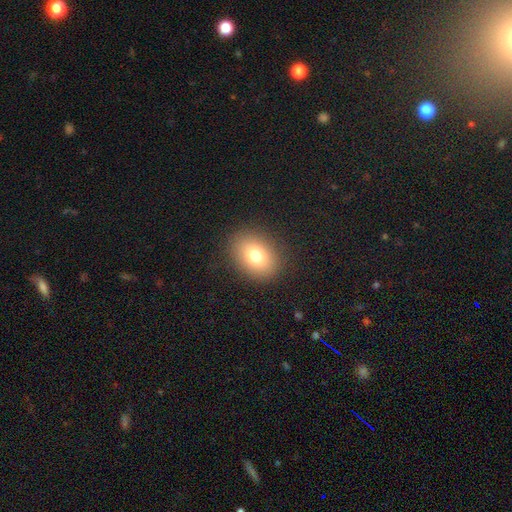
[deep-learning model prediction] Smooth or featured? smooth (77%)
How rounded? in between (64%)
Merging? none (88%)